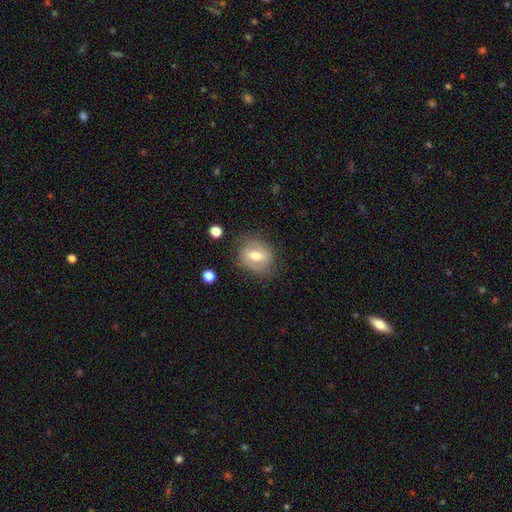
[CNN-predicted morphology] smooth_or_featured: smooth (p=0.55) [alt: featured or disk p=0.36]
how_rounded: round (p=0.52) [alt: in between p=0.46]
merging: none (p=0.73) [alt: minor disturbance p=0.19]